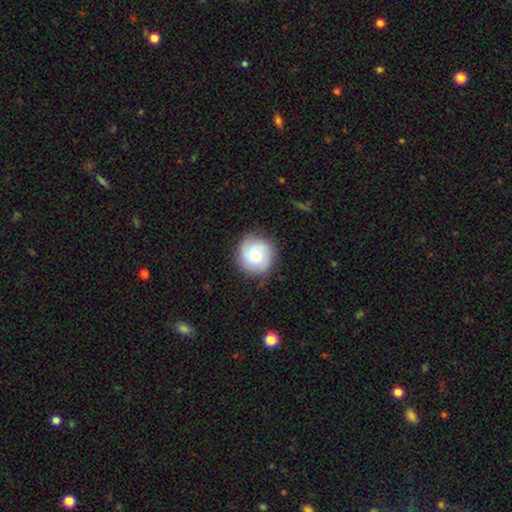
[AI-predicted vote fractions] A smooth galaxy with no disk features (63%) that is round (93%). Merging: none (83%).